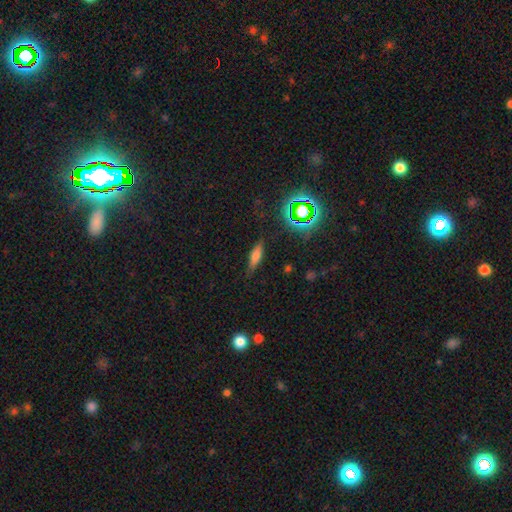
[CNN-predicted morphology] smooth_or_featured: smooth (p=0.59) [alt: featured or disk p=0.24]
how_rounded: cigar-shaped (p=0.52) [alt: in between p=0.45]
merging: none (p=0.80) [alt: minor disturbance p=0.14]